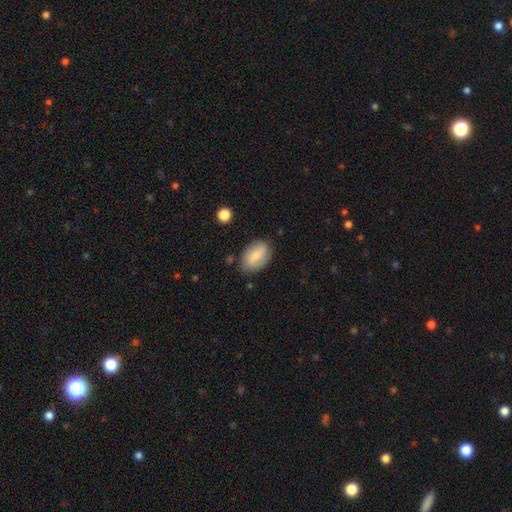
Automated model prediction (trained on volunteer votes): smooth-or-featured: smooth: 66% | featured or disk: 27% | star or artifact: 7%
  how-rounded: in between: 90% | round: 9% | cigar-shaped: 2%
  merging: none: 78% | minor disturbance: 17% | major disturbance: 4% | merger: 2%